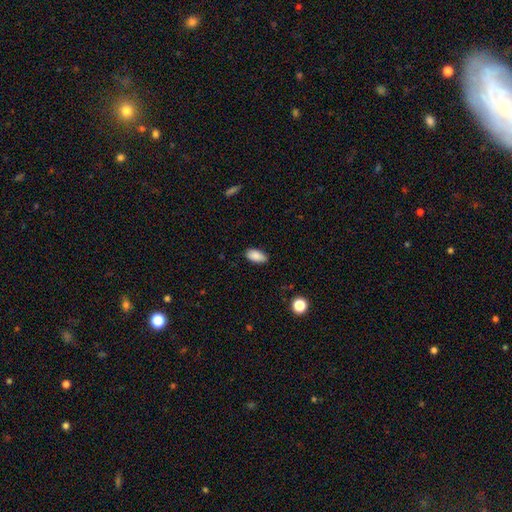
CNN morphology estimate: Smooth or featured? smooth (88%)
How rounded? in between (92%)
Merging? none (80%)